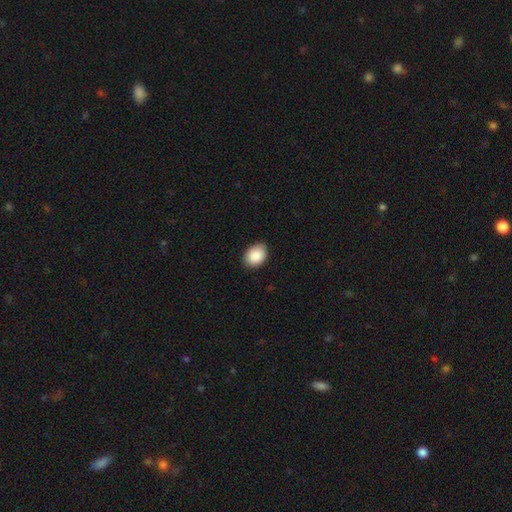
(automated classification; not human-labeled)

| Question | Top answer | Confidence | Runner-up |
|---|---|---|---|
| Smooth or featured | smooth | 89% | star or artifact (7%) |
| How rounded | in between | 70% | round (29%) |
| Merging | none | 84% | minor disturbance (13%) |